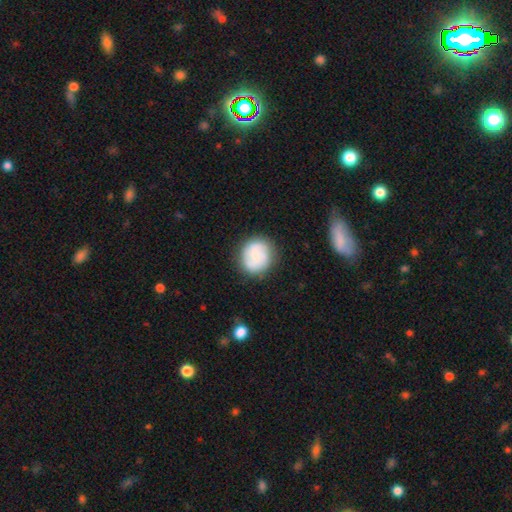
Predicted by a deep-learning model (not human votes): Smooth or featured? Predicted: smooth (p=0.49). Merging? Predicted: none (p=0.79).